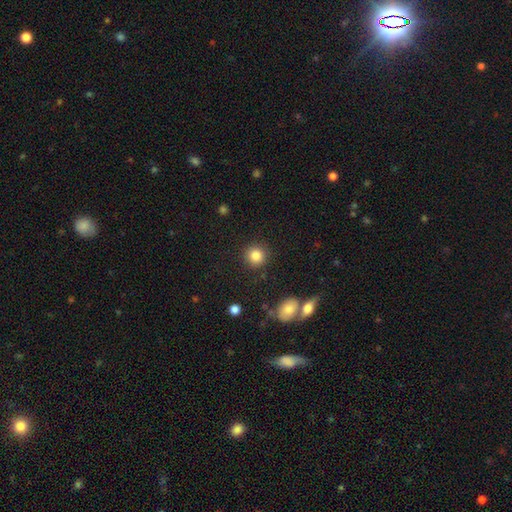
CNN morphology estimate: Q: Smooth or featured?
A: smooth (85%); runner-up: star or artifact (10%)
Q: How rounded?
A: round (91%); runner-up: in between (8%)
Q: Merging?
A: none (89%); runner-up: minor disturbance (7%)